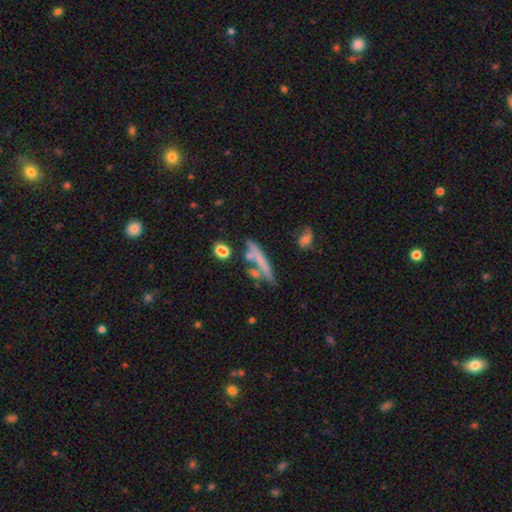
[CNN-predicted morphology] Smooth or featured: smooth — 53% (featured or disk — 36%)
How rounded: cigar-shaped — 83% (in between — 11%)
Merging: none — 62% (minor disturbance — 16%)